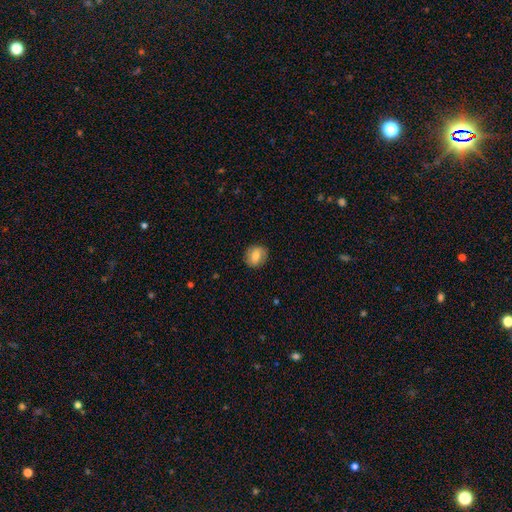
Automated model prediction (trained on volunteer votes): This is likely a smooth galaxy (68%). How rounded: likely round (70%). Merging: clearly none (84%).